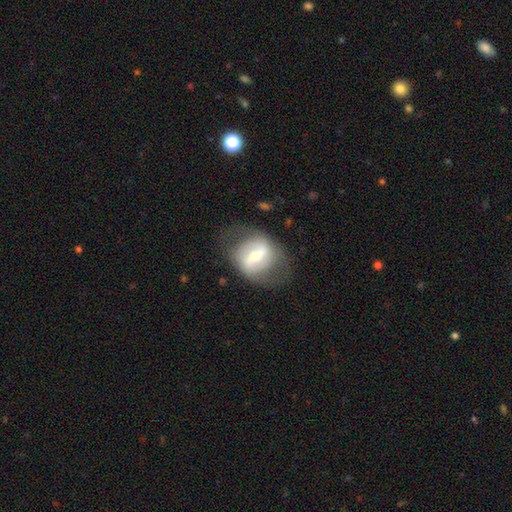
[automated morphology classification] The model was most divided on "bulge size": moderate: 53%, small: 39%, large: 5%, dominant: 1%, none: 1%. More confident: edge-on disk — no (94%); smooth or featured — featured or disk (65%); merging — none (63%); spiral arms — yes (58%); bar — strong (52%).